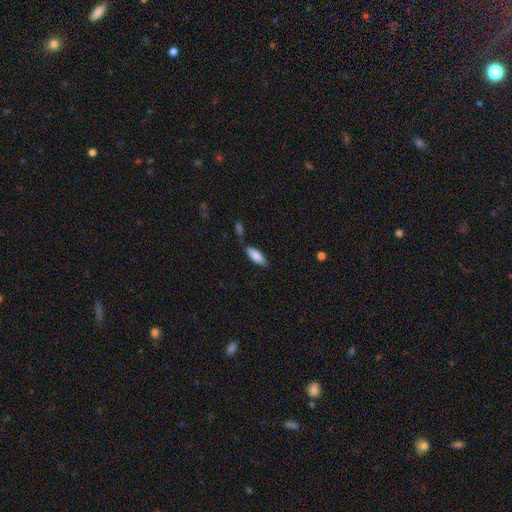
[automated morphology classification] smooth 84%, featured or disk 9%, star or artifact 6%. Down the decision tree: how rounded — in between (64%); merging — none (72%).